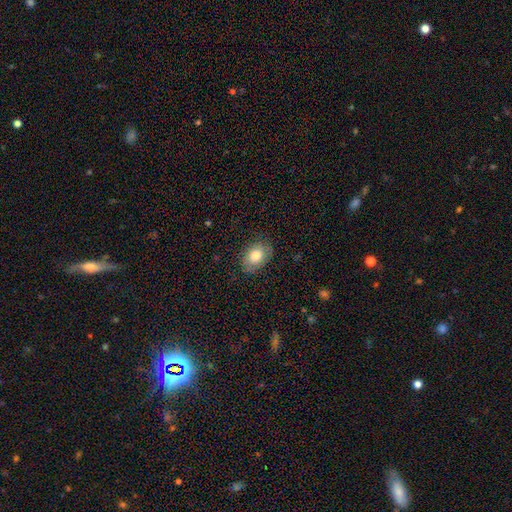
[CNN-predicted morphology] smooth_or_featured: smooth (p=0.78) [alt: featured or disk p=0.14]
how_rounded: in between (p=0.75) [alt: round p=0.24]
merging: none (p=0.79) [alt: minor disturbance p=0.16]